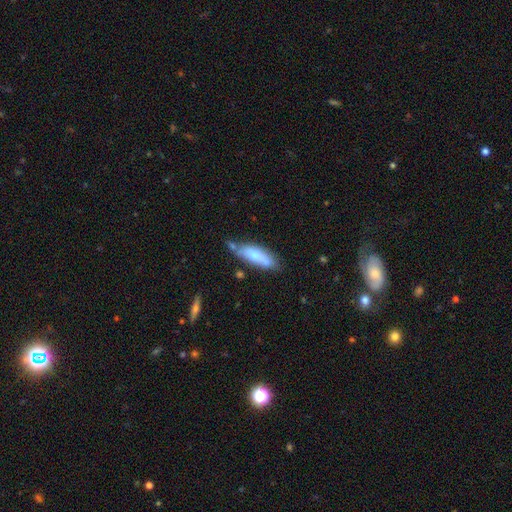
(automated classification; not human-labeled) A smooth galaxy with no disk features (66%) that is in between round and cigar-shaped (50%).

Vote fractions:
- Smooth or featured? smooth: 66% / featured or disk: 27% / star or artifact: 6%
- How rounded? in between: 50% / cigar-shaped: 48% / round: 2%
- Merging? none: 54% / minor disturbance: 24% / merger: 16% / major disturbance: 6%